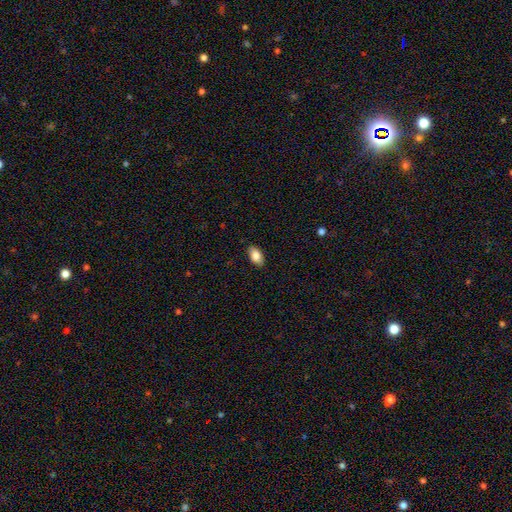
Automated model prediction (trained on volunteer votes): Smooth or featured? smooth (83%)
How rounded? in between (92%)
Merging? none (87%)